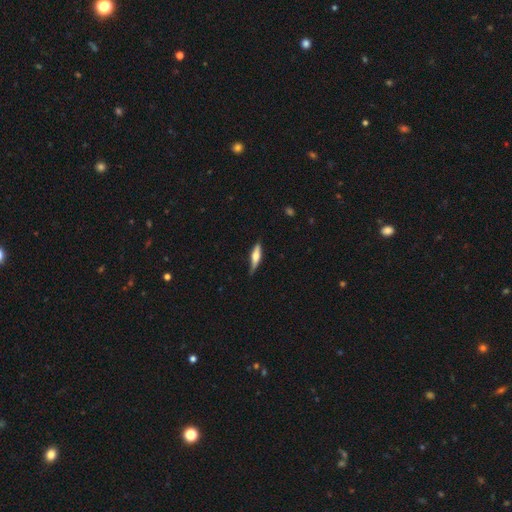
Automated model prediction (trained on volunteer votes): Q: Smooth or featured?
A: featured or disk (48%); runner-up: smooth (47%)
Q: Merging?
A: none (71%); runner-up: minor disturbance (23%)